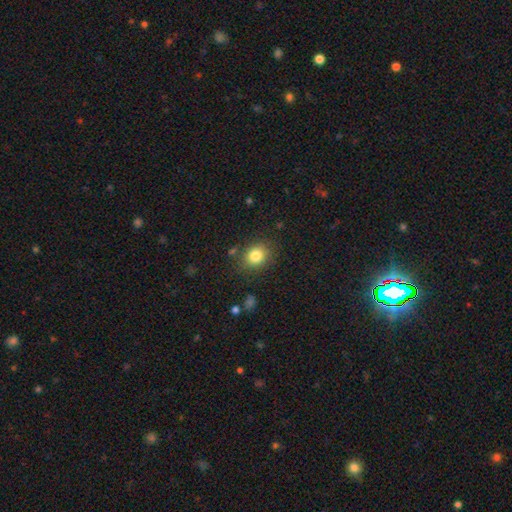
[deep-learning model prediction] Q: Smooth or featured?
A: smooth (82%); runner-up: star or artifact (11%)
Q: How rounded?
A: round (68%); runner-up: in between (31%)
Q: Merging?
A: none (81%); runner-up: minor disturbance (12%)